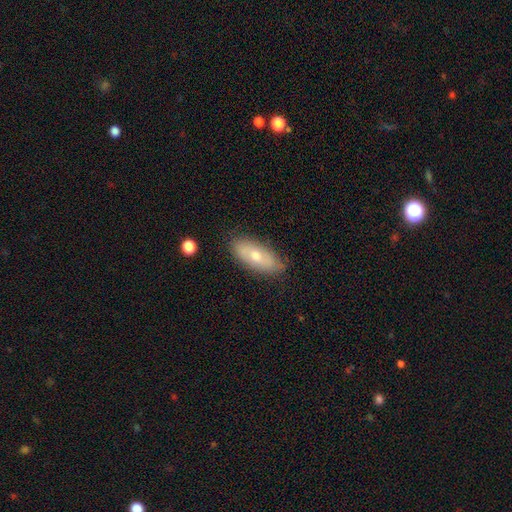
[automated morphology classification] smooth 56%, featured or disk 37%, star or artifact 7%. Down the decision tree: how rounded — in between (82%); merging — none (82%).